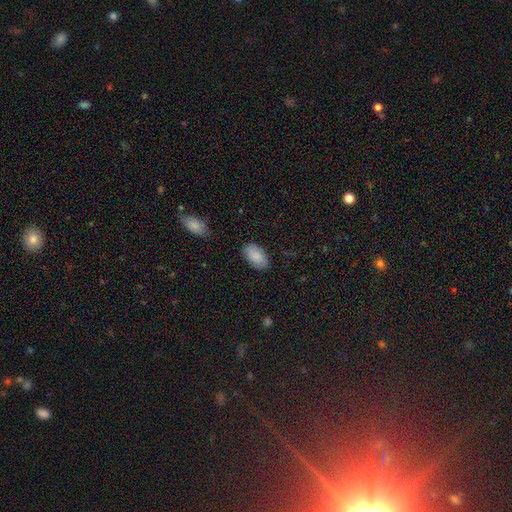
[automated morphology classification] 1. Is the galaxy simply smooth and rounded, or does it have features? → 89% smooth, 6% star or artifact, 5% featured or disk.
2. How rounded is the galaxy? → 95% in between, 3% round, 2% cigar-shaped.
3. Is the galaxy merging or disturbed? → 85% none, 11% minor disturbance, 3% major disturbance, 1% merger.